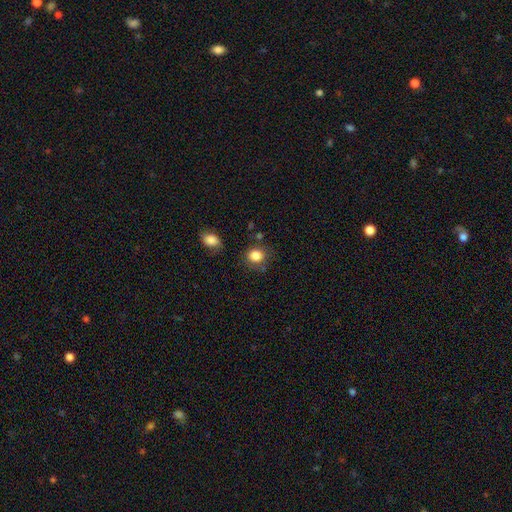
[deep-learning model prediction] smooth 85%, star or artifact 9%, featured or disk 6%. Down the decision tree: how rounded — round (72%); merging — none (73%).